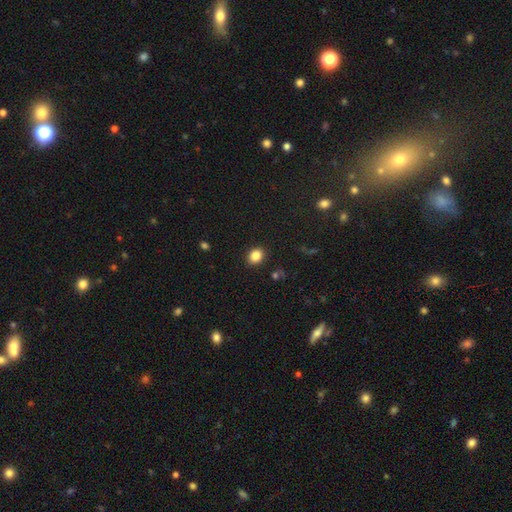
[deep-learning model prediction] Q: Smooth or featured?
A: smooth (85%); runner-up: star or artifact (10%)
Q: How rounded?
A: round (54%); runner-up: in between (45%)
Q: Merging?
A: none (89%); runner-up: minor disturbance (7%)